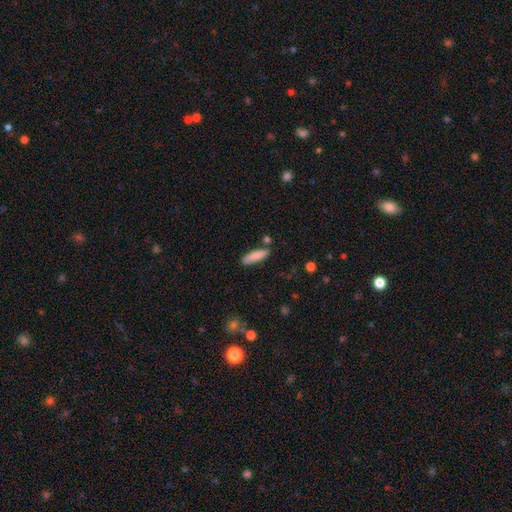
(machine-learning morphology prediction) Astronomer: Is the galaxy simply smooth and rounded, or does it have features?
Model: smooth — 86%.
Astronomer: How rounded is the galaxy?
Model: cigar-shaped — 61% (runner-up: in between, 38%).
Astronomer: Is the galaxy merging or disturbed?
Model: none — 81%.